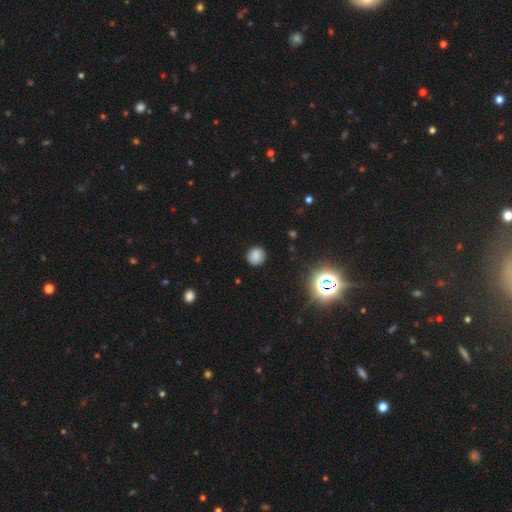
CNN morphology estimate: This is likely a smooth galaxy (79%). How rounded: clearly round (86%). Merging: clearly none (87%).